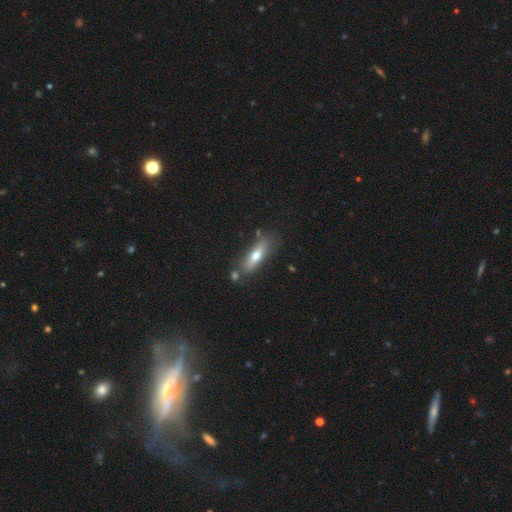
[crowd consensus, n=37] Volunteers were most divided on "smooth or featured": featured or disk: 49%, smooth: 46%, star or artifact: 5%. More confident: edge-on bulge — rounded (86%); edge-on disk — yes (78%); merging — none (66%).